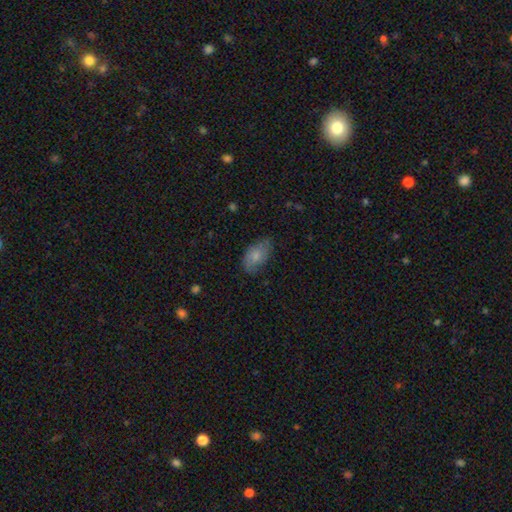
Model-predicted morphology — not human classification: Smooth or featured?
  - smooth: 70% *
  - featured or disk: 23%
  - star or artifact: 7%
How rounded?
  - in between: 92% *
  - round: 5%
  - cigar-shaped: 2%
Merging?
  - none: 67% *
  - minor disturbance: 26%
  - major disturbance: 6%
  - merger: 1%